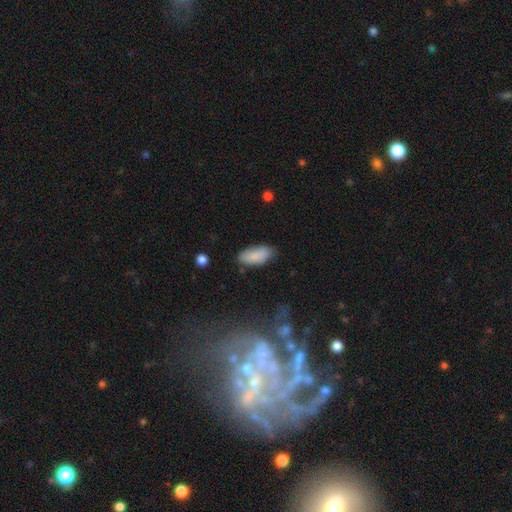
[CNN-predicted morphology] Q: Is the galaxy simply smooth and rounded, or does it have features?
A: smooth — 86%.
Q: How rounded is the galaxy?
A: in between — 91%.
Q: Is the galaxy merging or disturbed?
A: none — 75%.